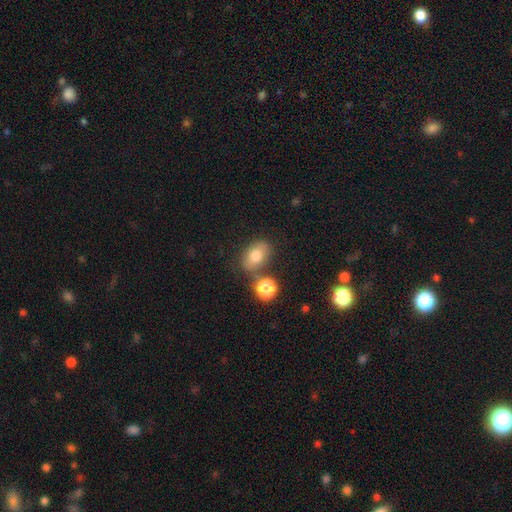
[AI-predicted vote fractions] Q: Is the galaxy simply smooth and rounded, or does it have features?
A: smooth — 73%.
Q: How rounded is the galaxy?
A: in between — 79%.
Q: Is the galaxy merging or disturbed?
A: none — 67%.